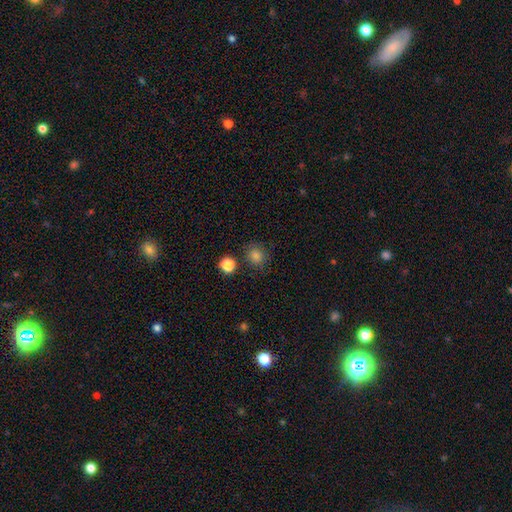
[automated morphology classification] Smooth or featured? smooth (83%)
How rounded? round (86%)
Merging? none (82%)